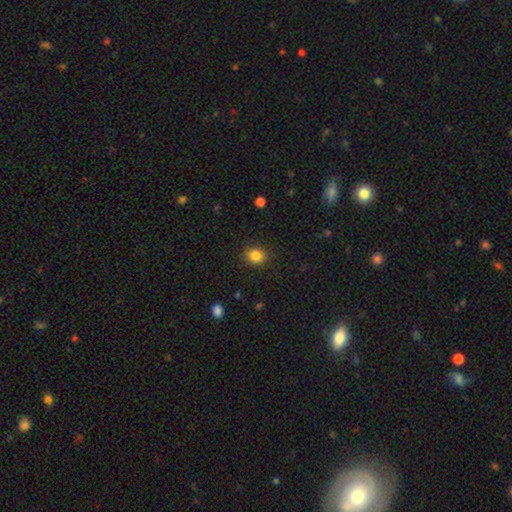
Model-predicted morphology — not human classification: smooth-or-featured: smooth: 84% | star or artifact: 11% | featured or disk: 5%
  how-rounded: round: 60% | in between: 39% | cigar-shaped: 1%
  merging: none: 86% | minor disturbance: 10% | major disturbance: 3% | merger: 1%